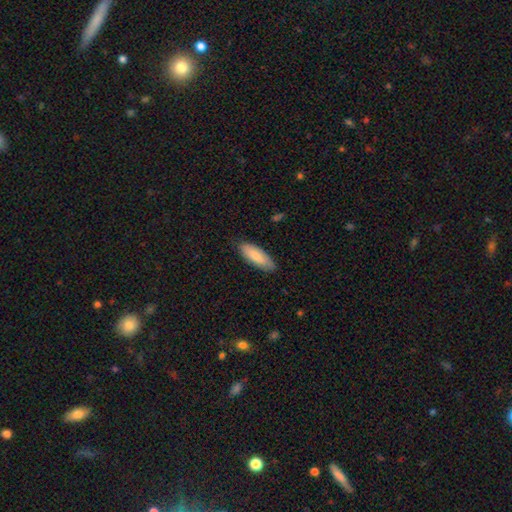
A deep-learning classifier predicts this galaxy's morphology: smooth 81%, featured or disk 14%, star or artifact 5%. Down the decision tree: how rounded — in between (71%); merging — none (83%).